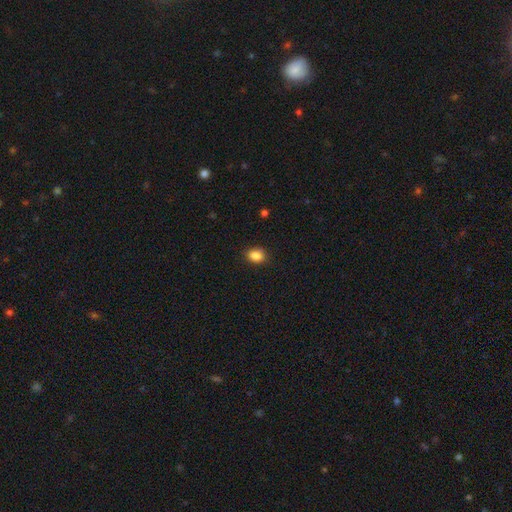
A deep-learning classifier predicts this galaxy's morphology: smooth 86%, star or artifact 10%, featured or disk 4%. Down the decision tree: how rounded — in between (59%); merging — none (84%).